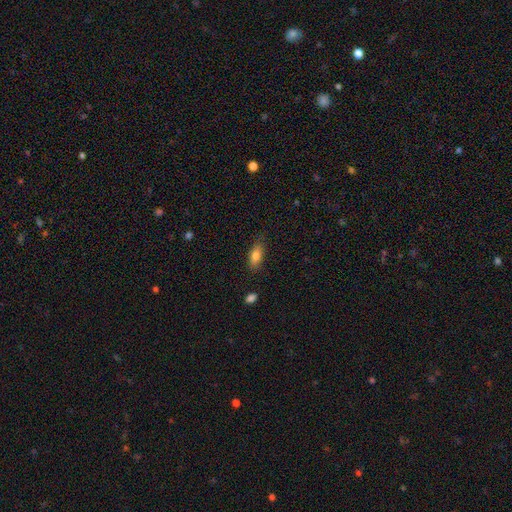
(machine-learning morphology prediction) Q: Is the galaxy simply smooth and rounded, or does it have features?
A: smooth — 82%.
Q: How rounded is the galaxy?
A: in between — 80%.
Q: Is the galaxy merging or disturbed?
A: none — 80%.